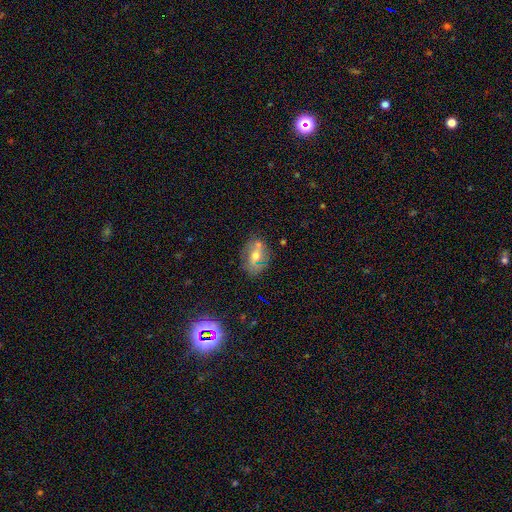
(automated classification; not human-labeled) Morphology: type=featured or disk (49%); merging=none (67%).